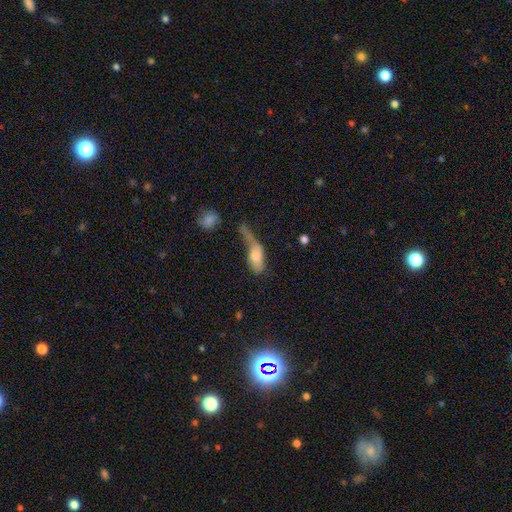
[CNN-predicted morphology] The model was most divided on "merging": major disturbance: 37%, merger: 29%, none: 18%, minor disturbance: 17%. More confident: how rounded — in between (79%); smooth or featured — smooth (69%).